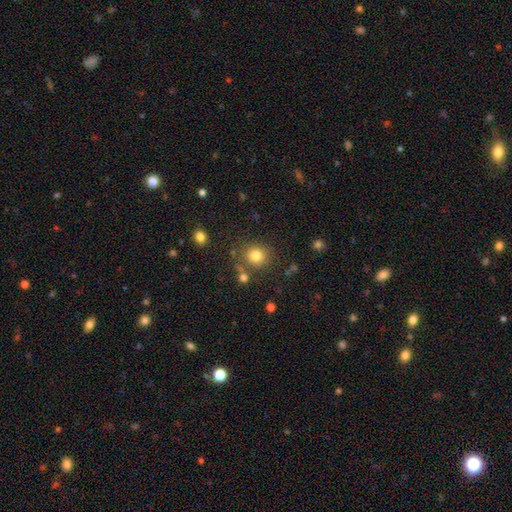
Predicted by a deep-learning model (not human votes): Smooth or featured: smooth — 80% (star or artifact — 13%)
How rounded: round — 88% (in between — 11%)
Merging: none — 79% (minor disturbance — 10%)